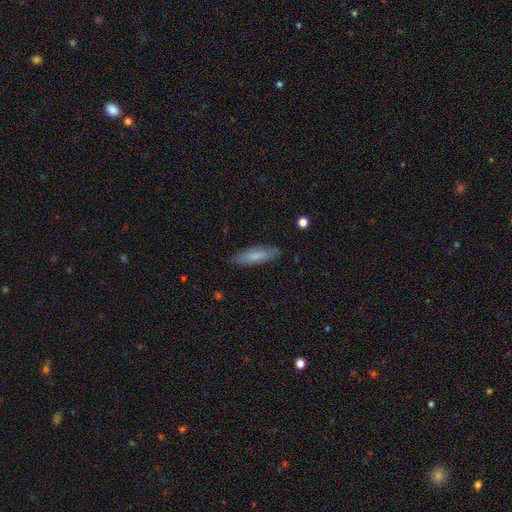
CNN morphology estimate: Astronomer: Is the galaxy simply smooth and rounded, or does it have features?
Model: smooth — 71%.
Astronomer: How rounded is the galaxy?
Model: cigar-shaped — 59% (runner-up: in between, 39%).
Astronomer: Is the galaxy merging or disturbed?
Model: none — 82%.